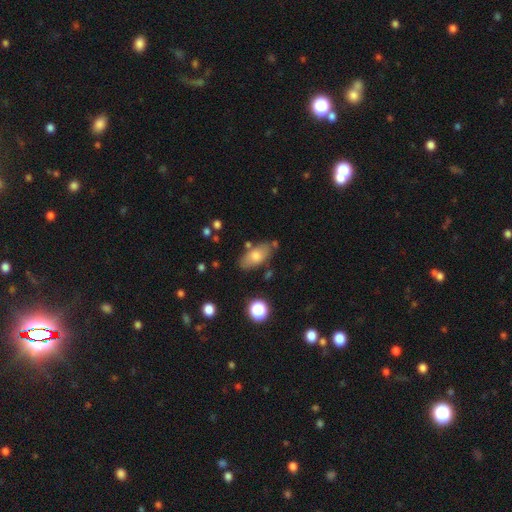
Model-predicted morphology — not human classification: type=smooth (72%); roundness=in between (89%); merging=none (74%).